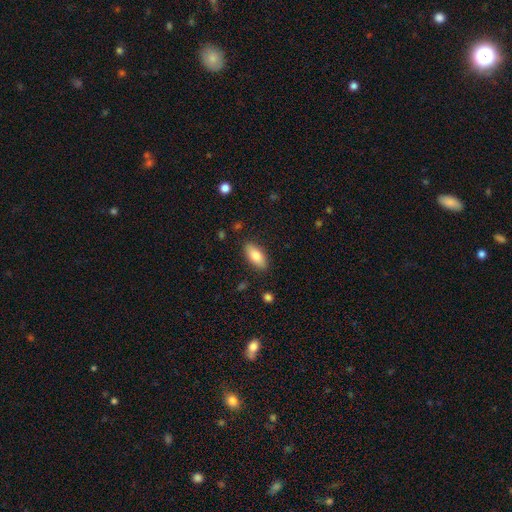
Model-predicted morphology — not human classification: type=smooth (80%); roundness=in between (86%); merging=none (87%).